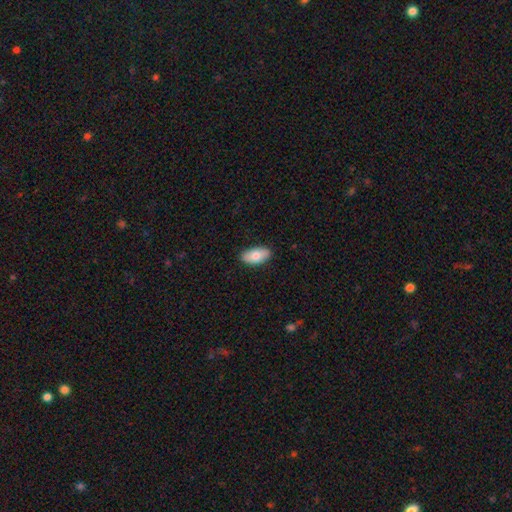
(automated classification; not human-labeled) Morphology: type=smooth (76%); roundness=in between (94%); merging=none (87%).